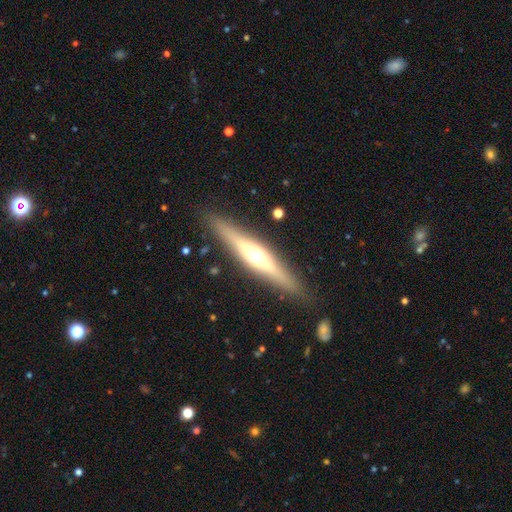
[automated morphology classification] This appears to be a featured or disk galaxy (65%) viewed edge-on (94%) with a rounded central bulge (90%). Merging: none (87%).